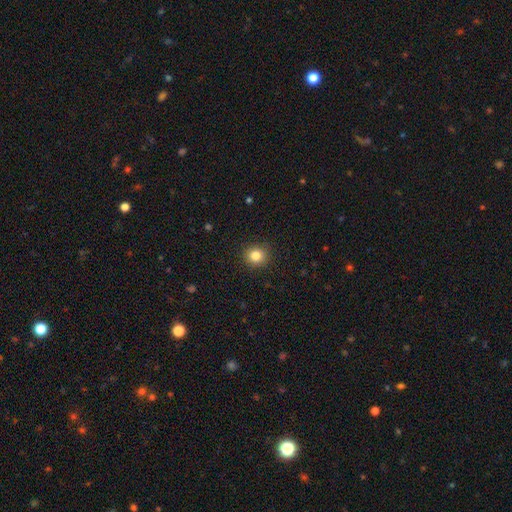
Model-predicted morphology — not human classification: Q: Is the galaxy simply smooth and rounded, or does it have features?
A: smooth — 83%.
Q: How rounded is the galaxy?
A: round — 88%.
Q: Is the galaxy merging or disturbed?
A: none — 91%.